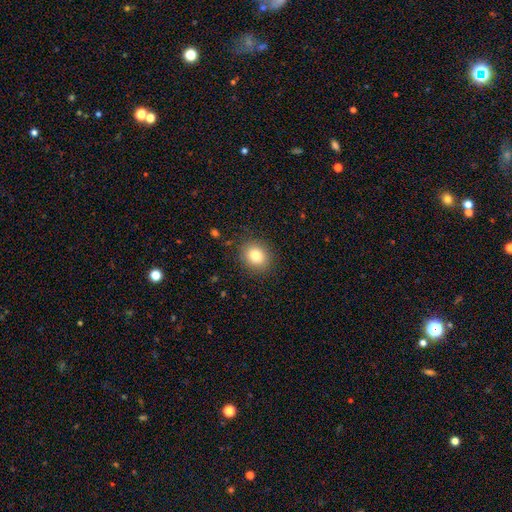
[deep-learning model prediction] A smooth galaxy with no disk features (82%) that is round (66%). Merging: none (87%).